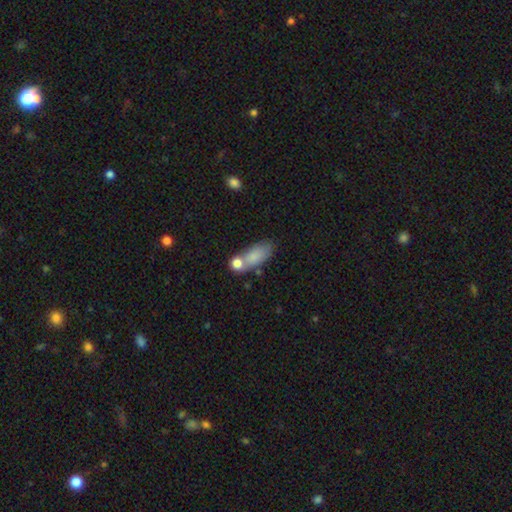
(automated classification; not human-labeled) Smooth or featured?
  - smooth: 79% *
  - featured or disk: 13%
  - star or artifact: 8%
How rounded?
  - in between: 81% *
  - cigar-shaped: 13%
  - round: 6%
Merging?
  - none: 43% *
  - merger: 32%
  - minor disturbance: 17%
  - major disturbance: 8%